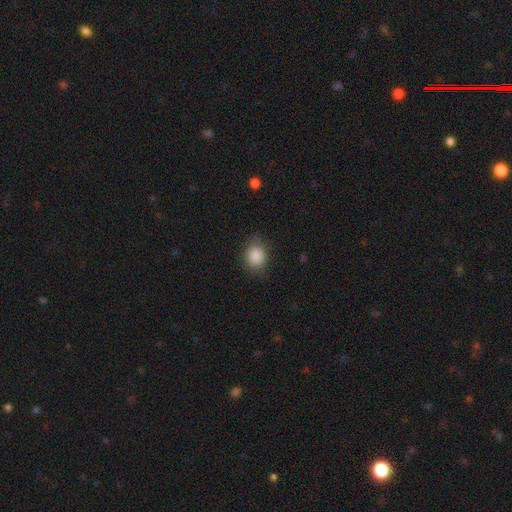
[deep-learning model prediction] smooth_or_featured: smooth (p=0.87) [alt: star or artifact p=0.09]
how_rounded: round (p=0.57) [alt: in between p=0.42]
merging: none (p=0.78) [alt: minor disturbance p=0.17]